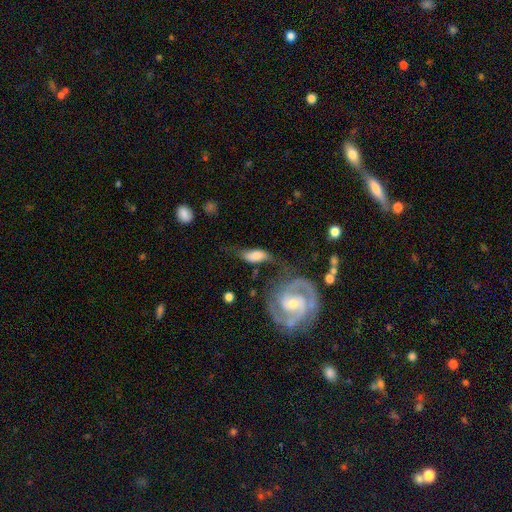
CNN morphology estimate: smooth_or_featured: smooth (p=0.48) [alt: featured or disk p=0.44]
merging: none (p=0.45) [alt: minor disturbance p=0.25]